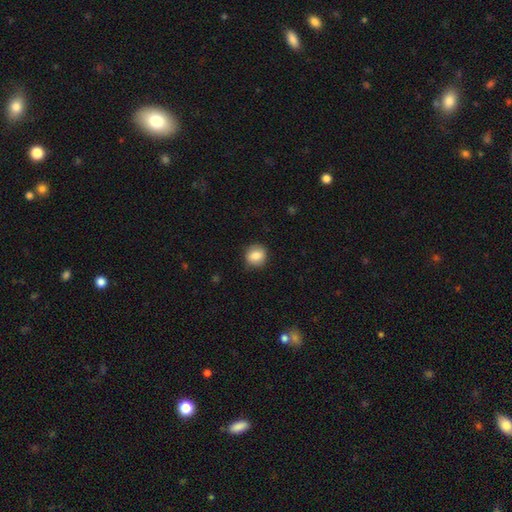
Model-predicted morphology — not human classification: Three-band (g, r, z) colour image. It shows a smooth galaxy with no disk features (83%) that is round (75%). Merging: none (86%).